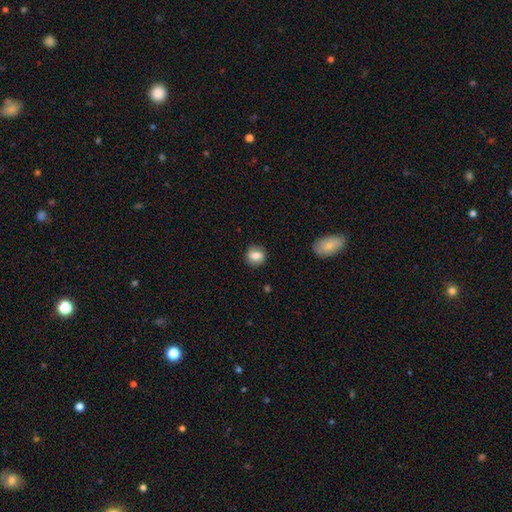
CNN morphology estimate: Smooth or featured?
  - smooth: 66% *
  - featured or disk: 25%
  - star or artifact: 9%
How rounded?
  - round: 71% *
  - in between: 28%
  - cigar-shaped: 1%
Merging?
  - none: 83% *
  - minor disturbance: 12%
  - major disturbance: 4%
  - merger: 1%